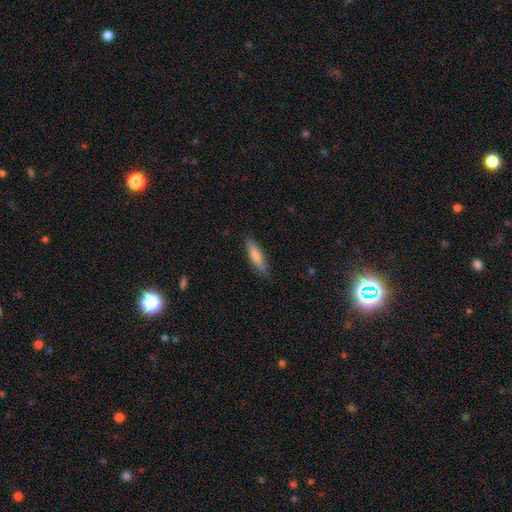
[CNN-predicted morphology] Smooth or featured?
  - smooth: 78% *
  - featured or disk: 16%
  - star or artifact: 6%
How rounded?
  - cigar-shaped: 68% *
  - in between: 30%
  - round: 1%
Merging?
  - none: 85% *
  - minor disturbance: 12%
  - major disturbance: 2%
  - merger: 1%